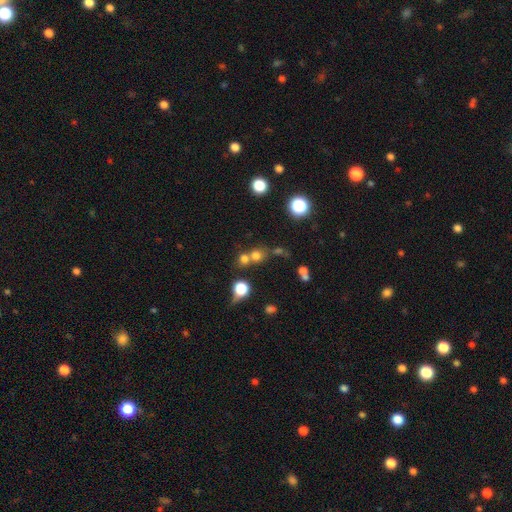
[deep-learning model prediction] Morphology: type=smooth (68%); roundness=round (85%); merging=none (50%).